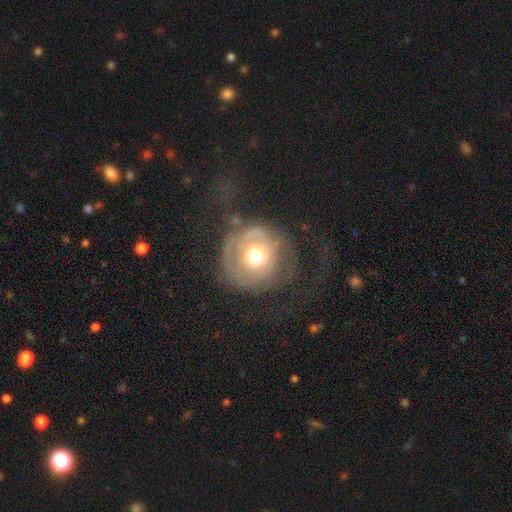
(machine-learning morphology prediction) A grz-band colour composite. It shows a featured or disk galaxy (48%). Merging: none (44%).